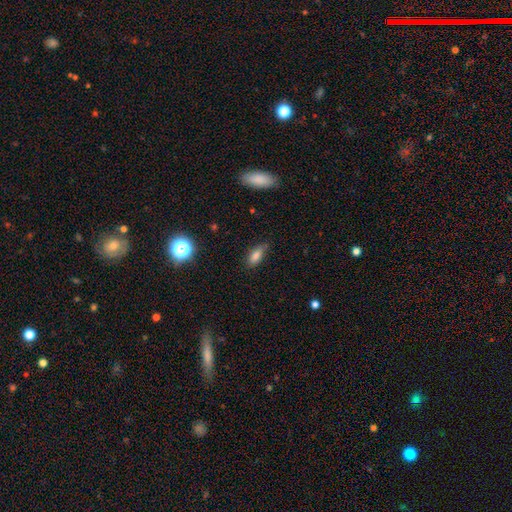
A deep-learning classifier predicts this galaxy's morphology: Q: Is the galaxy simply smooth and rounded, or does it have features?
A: smooth — 80%.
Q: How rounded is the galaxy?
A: in between — 80%.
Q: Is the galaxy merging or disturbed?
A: none — 72%.